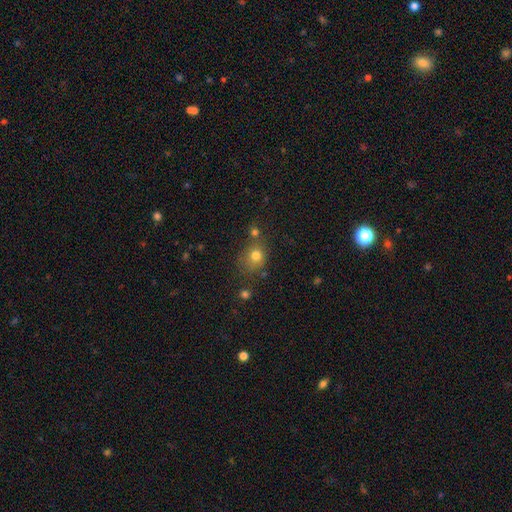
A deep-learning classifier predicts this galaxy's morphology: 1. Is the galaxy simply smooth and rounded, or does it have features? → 75% smooth, 15% star or artifact, 10% featured or disk.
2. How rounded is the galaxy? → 71% round, 28% in between, 1% cigar-shaped.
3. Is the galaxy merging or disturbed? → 60% none, 17% merger, 16% minor disturbance, 7% major disturbance.